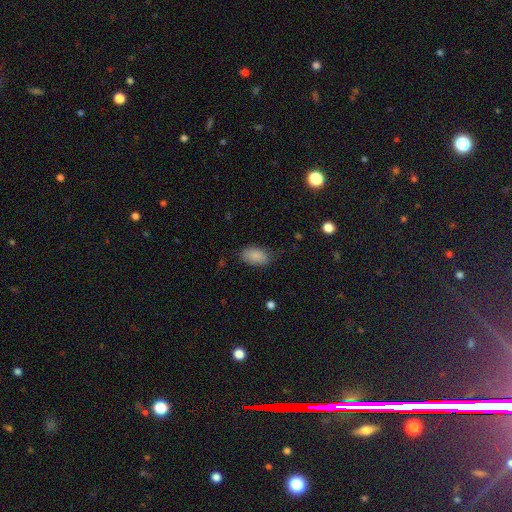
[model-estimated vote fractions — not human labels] A smooth galaxy with no disk features (87%) that is in between round and cigar-shaped (93%). Merging: none (72%).